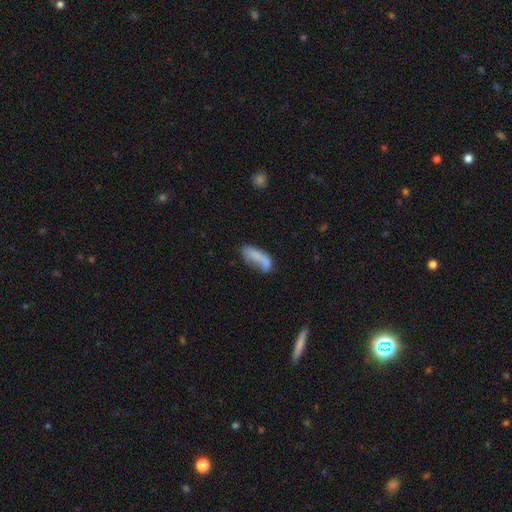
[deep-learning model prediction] The model was most divided on "merging": none: 37%, minor disturbance: 26%, major disturbance: 21%, merger: 16%. More confident: smooth or featured — smooth (71%); how rounded — in between (66%).